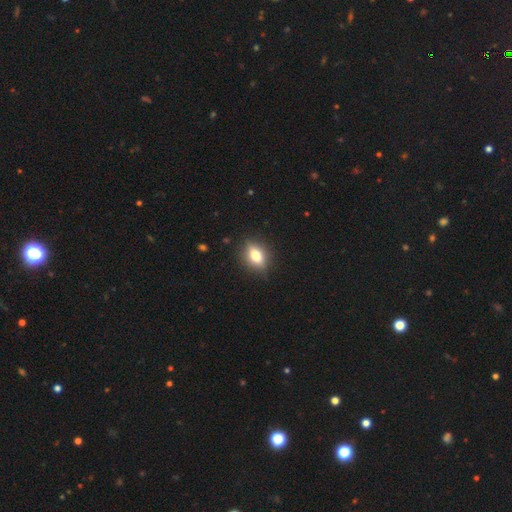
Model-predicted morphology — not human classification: A smooth galaxy with no disk features (68%) that is in between round and cigar-shaped (67%). Merging: none (84%).